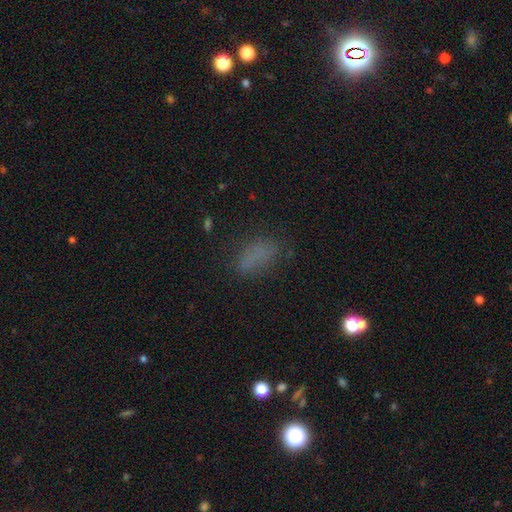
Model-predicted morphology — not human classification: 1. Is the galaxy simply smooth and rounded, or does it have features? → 72% smooth, 18% star or artifact, 10% featured or disk.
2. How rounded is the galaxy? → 83% in between, 10% cigar-shaped, 7% round.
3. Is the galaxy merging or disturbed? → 69% none, 18% minor disturbance, 10% major disturbance, 2% merger.